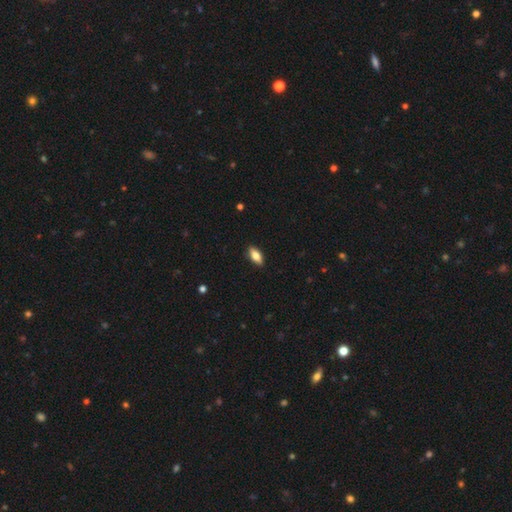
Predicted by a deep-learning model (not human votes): Smooth or featured: smooth — 73% (featured or disk — 20%)
How rounded: in between — 83% (cigar-shaped — 14%)
Merging: none — 89% (minor disturbance — 9%)